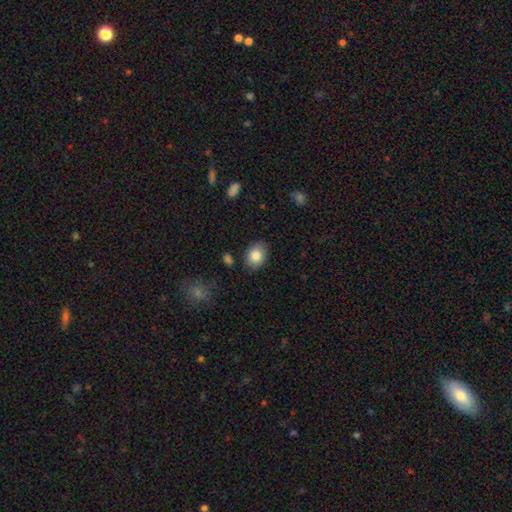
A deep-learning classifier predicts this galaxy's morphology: type=smooth (84%); roundness=in between (70%); merging=none (84%).